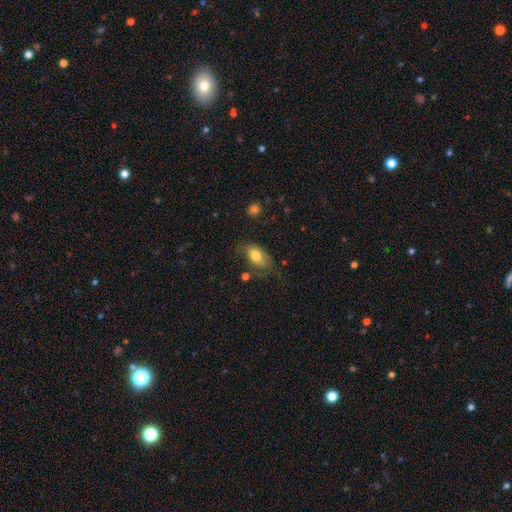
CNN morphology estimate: Smooth or featured? Predicted: smooth (p=0.77). How rounded? Predicted: in between (p=0.90). Merging? Predicted: none (p=0.51).